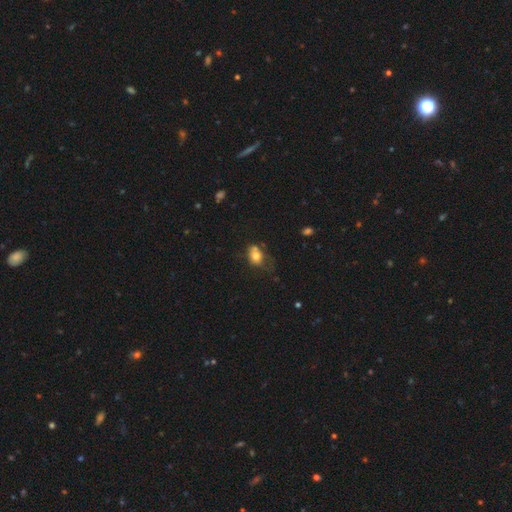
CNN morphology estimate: smooth 75%, featured or disk 15%, star or artifact 10%. Down the decision tree: how rounded — in between (63%); merging — none (39%).